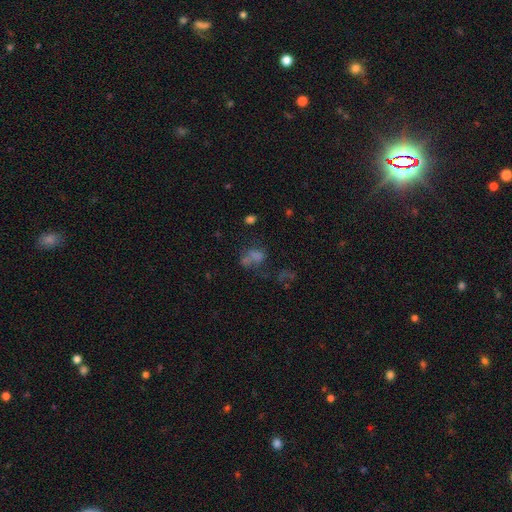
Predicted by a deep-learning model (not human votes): Smooth or featured? smooth (50%)
Merging? none (32%)